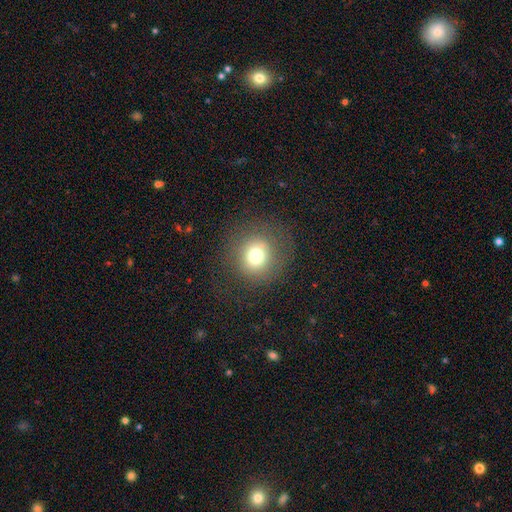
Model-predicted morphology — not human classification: The model was most divided on "smooth or featured": smooth: 72%, star or artifact: 14%, featured or disk: 14%. More confident: how rounded — round (91%); merging — none (81%).